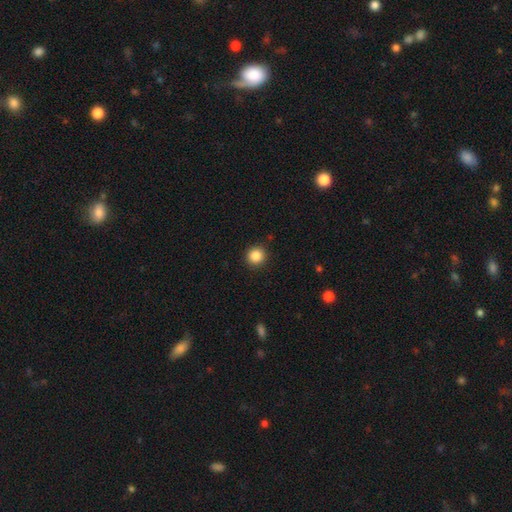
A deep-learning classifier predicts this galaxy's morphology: smooth 86%, star or artifact 10%, featured or disk 4%. Down the decision tree: how rounded — round (94%); merging — none (91%).